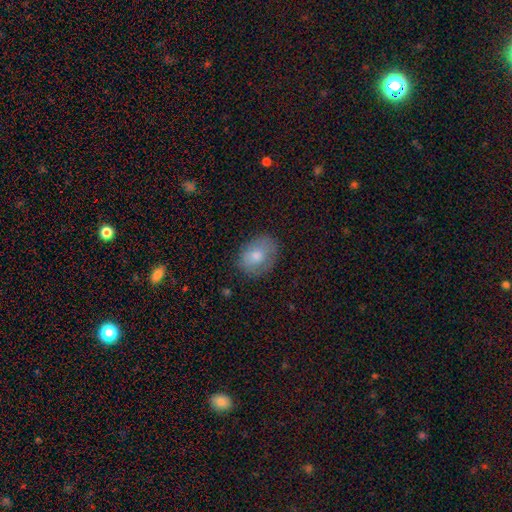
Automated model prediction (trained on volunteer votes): smooth_or_featured: smooth (p=0.73) [alt: featured or disk p=0.18]
how_rounded: in between (p=0.65) [alt: round p=0.34]
merging: none (p=0.77) [alt: minor disturbance p=0.17]